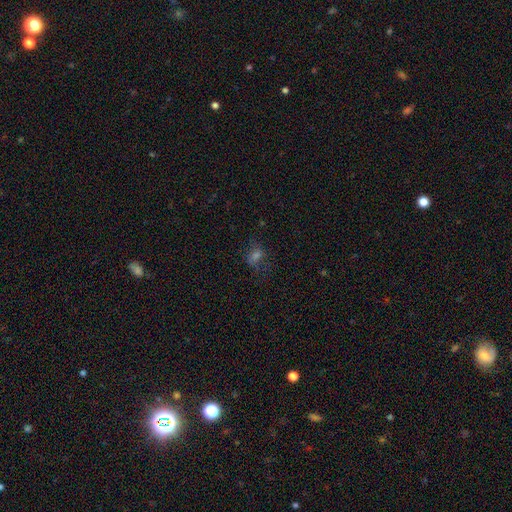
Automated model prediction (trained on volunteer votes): smooth 47%, star or artifact 30%, featured or disk 23%. Down the decision tree: merging — none (61%).